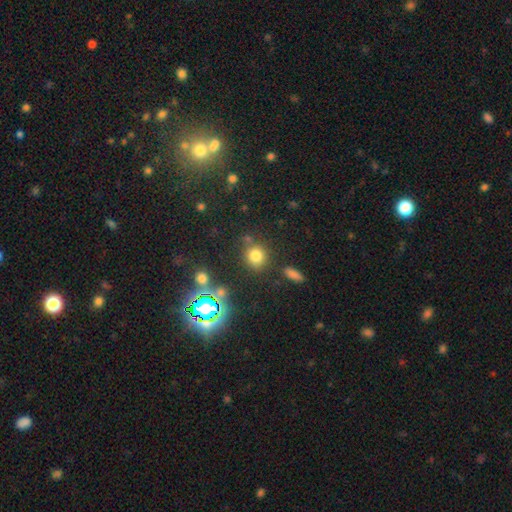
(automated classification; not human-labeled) This appears to be a smooth galaxy with no disk features (74%) that is round (83%). Merging: none (77%).